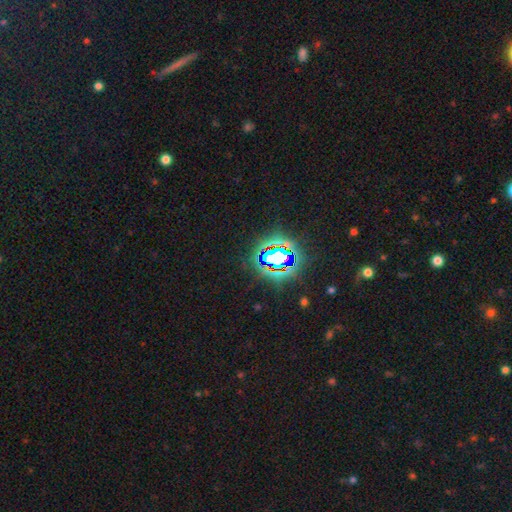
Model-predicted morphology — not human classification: star or artifact 80%, smooth 11%, featured or disk 8%.